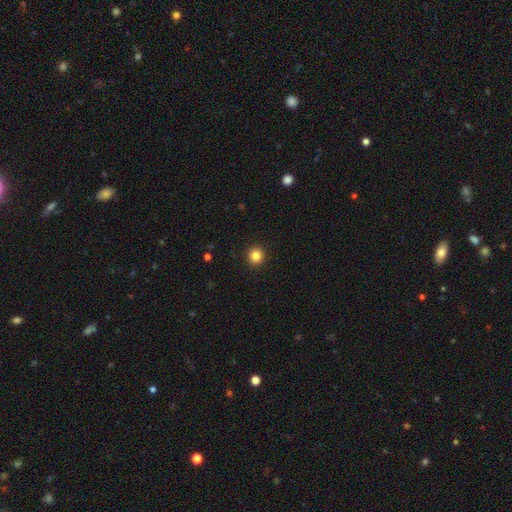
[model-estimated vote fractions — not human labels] A smooth galaxy with no disk features (84%) that is round (93%). Merging: none (93%).